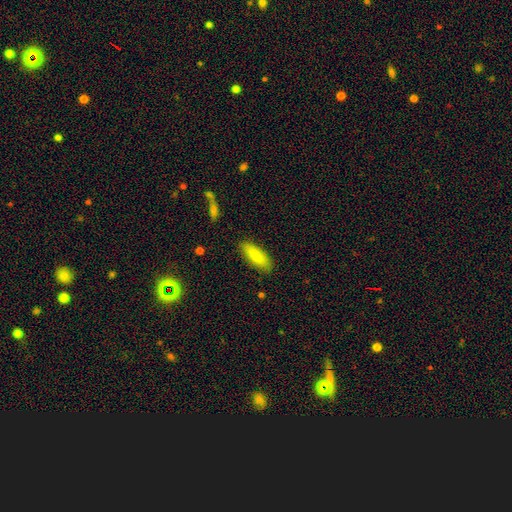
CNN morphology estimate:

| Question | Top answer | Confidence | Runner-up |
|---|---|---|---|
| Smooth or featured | smooth | 84% | featured or disk (9%) |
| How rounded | in between | 62% | cigar-shaped (36%) |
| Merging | none | 85% | minor disturbance (11%) |